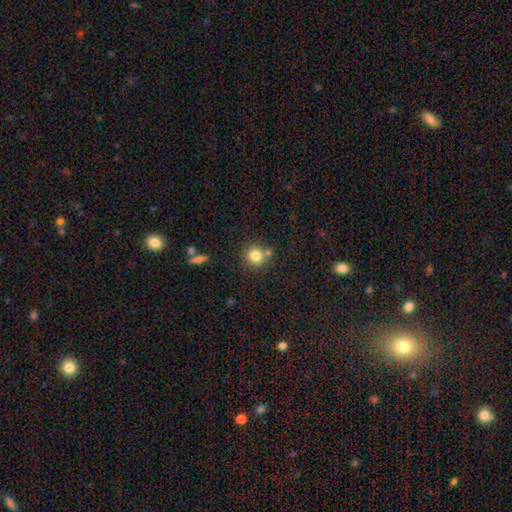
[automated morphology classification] smooth-or-featured: smooth: 81% | star or artifact: 11% | featured or disk: 7%
  how-rounded: round: 91% | in between: 8% | cigar-shaped: 1%
  merging: none: 72% | merger: 16% | minor disturbance: 9% | major disturbance: 3%